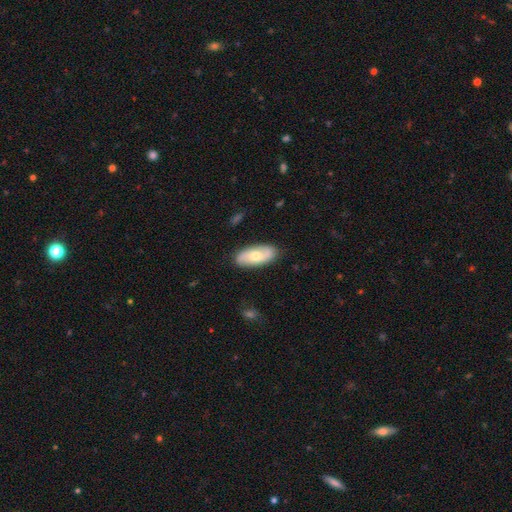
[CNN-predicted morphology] This is possibly a smooth galaxy (52%). How rounded: clearly in between (89%). Merging: clearly none (85%).